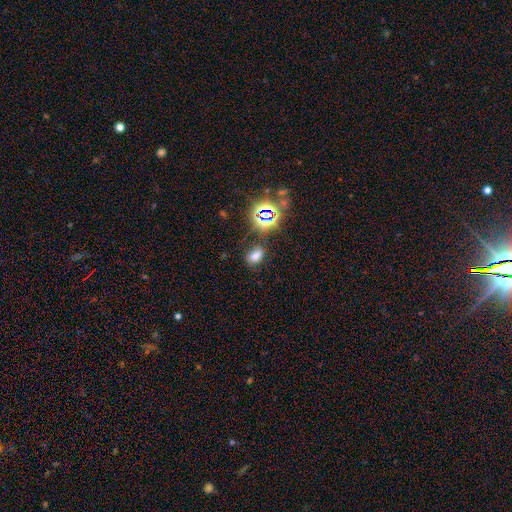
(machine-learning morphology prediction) A smooth galaxy with no disk features (61%) that is in between round and cigar-shaped (76%).

Vote fractions:
- Smooth or featured? smooth: 61% / star or artifact: 29% / featured or disk: 10%
- How rounded? in between: 76% / round: 22% / cigar-shaped: 2%
- Merging? none: 72% / minor disturbance: 15% / merger: 7% / major disturbance: 6%